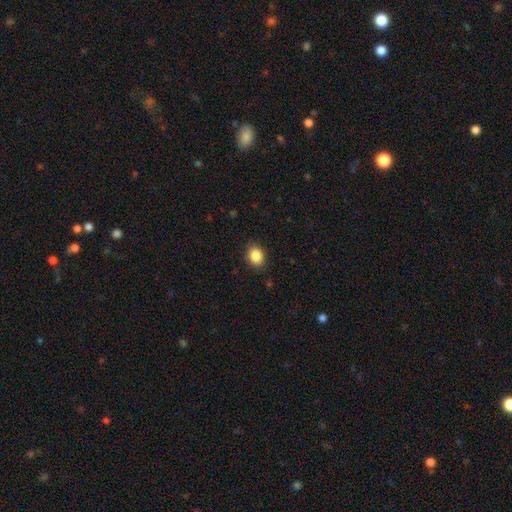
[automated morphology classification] A smooth galaxy with no disk features (87%) that is round (53%).

Vote fractions:
- Smooth or featured? smooth: 87% / star or artifact: 9% / featured or disk: 4%
- How rounded? round: 53% / in between: 46% / cigar-shaped: 1%
- Merging? none: 86% / minor disturbance: 10% / major disturbance: 3% / merger: 1%